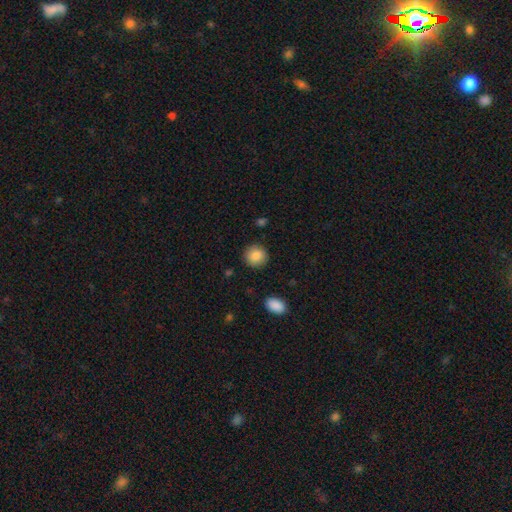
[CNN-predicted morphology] Smooth or featured? smooth (86%)
How rounded? round (90%)
Merging? none (90%)